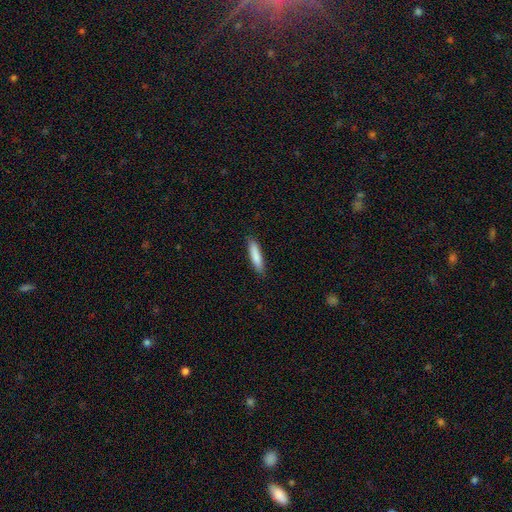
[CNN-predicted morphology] This appears to be a smooth galaxy with no disk features (85%) that is cigar-shaped (80%). Merging: none (87%).